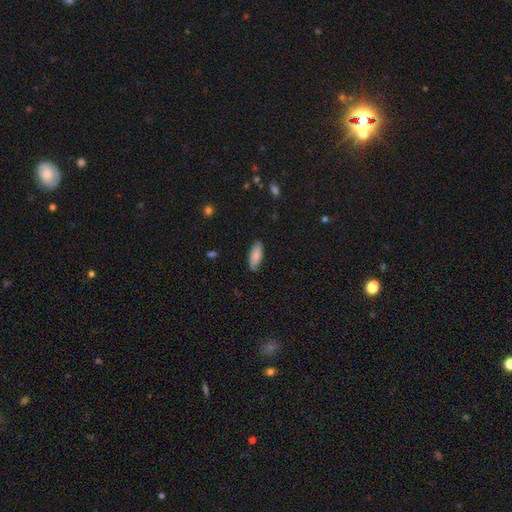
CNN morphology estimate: A smooth galaxy with no disk features (85%) that is in between round and cigar-shaped (80%). Merging: none (82%).